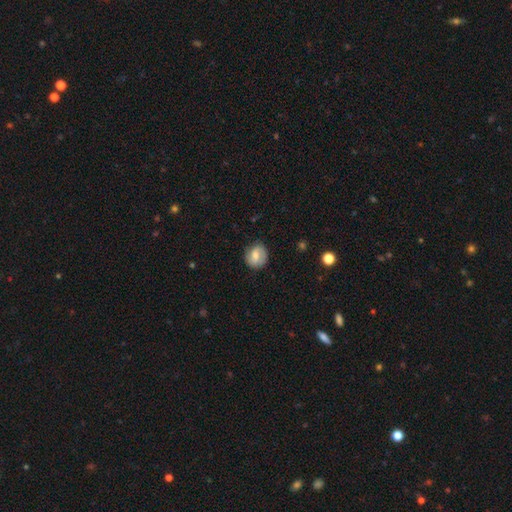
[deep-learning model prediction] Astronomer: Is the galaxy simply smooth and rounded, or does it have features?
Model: smooth — 60%.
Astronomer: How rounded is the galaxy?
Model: round — 73%.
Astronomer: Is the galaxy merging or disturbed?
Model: none — 76%.